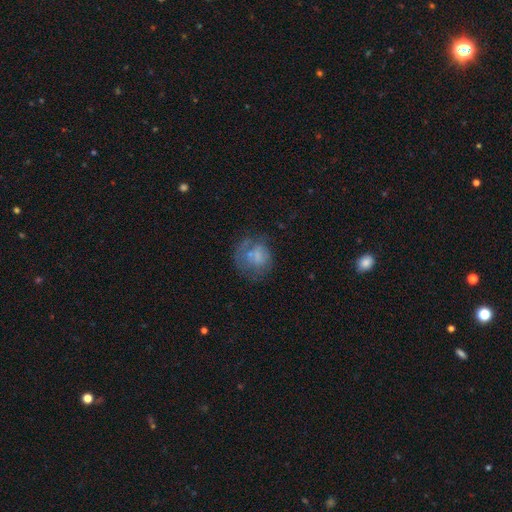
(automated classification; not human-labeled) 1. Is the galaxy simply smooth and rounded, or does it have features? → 53% smooth, 36% featured or disk, 11% star or artifact.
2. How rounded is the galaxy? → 76% round, 23% in between, 1% cigar-shaped.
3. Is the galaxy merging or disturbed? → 47% none, 23% major disturbance, 23% minor disturbance, 7% merger.